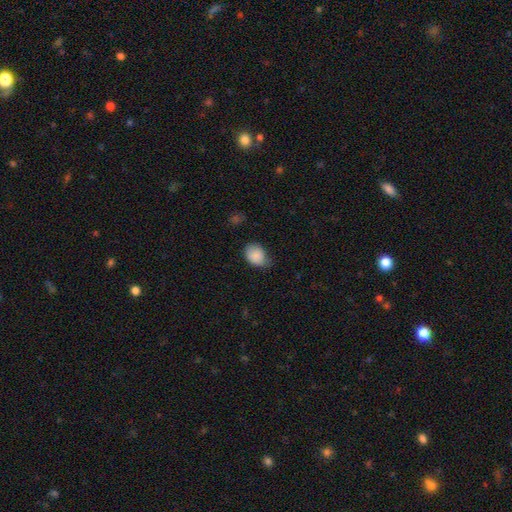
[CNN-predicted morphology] The model was most divided on "merging": none: 56%, minor disturbance: 35%, major disturbance: 7%, merger: 2%. More confident: smooth or featured — smooth (88%); how rounded — in between (64%).